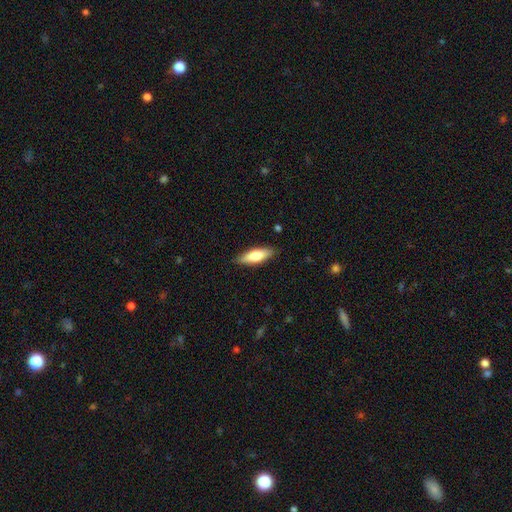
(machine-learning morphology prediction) type=smooth (73%); roundness=in between (57%); merging=none (87%).